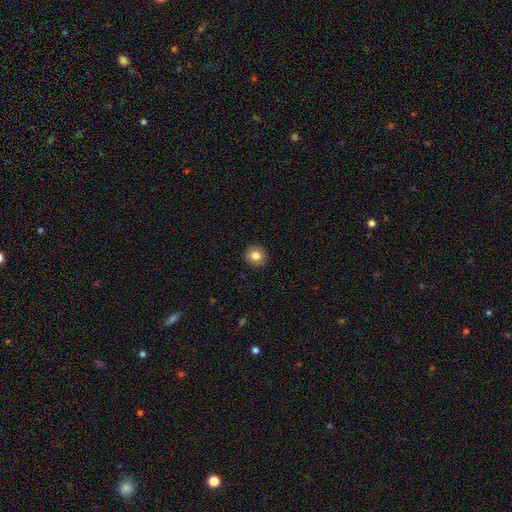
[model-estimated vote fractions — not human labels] smooth 84%, star or artifact 9%, featured or disk 7%. Down the decision tree: how rounded — round (89%); merging — none (92%).